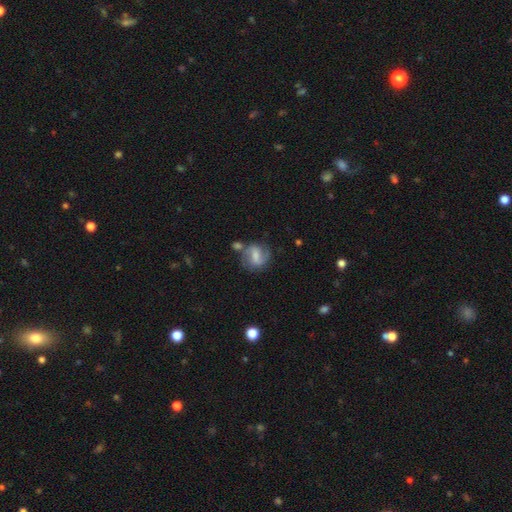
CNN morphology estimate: smooth-or-featured: featured or disk: 56% | smooth: 35% | star or artifact: 9%
  disk-edge-on: no: 96% | yes: 4%
    bar: weak: 47% | strong: 32% | no: 21%
    has-spiral-arms: yes: 82% | no: 18%
    bulge-size: moderate: 35% | small: 34% | none: 21% | large: 8% | dominant: 2%
  merging: none: 57% | minor disturbance: 19% | merger: 15% | major disturbance: 9%